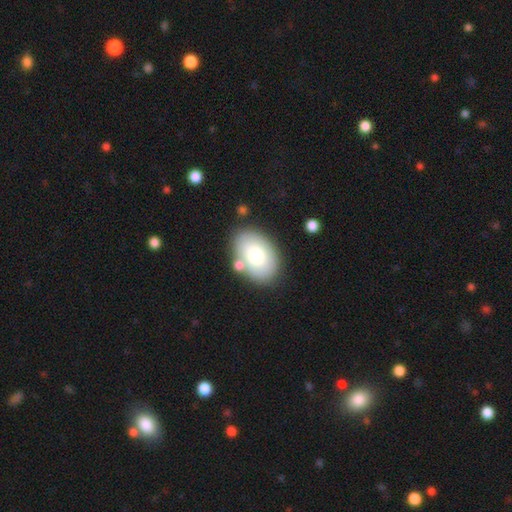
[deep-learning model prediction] A smooth galaxy with no disk features (73%) that is in between round and cigar-shaped (86%).

Vote fractions:
- Smooth or featured? smooth: 73% / featured or disk: 19% / star or artifact: 7%
- How rounded? in between: 86% / round: 13% / cigar-shaped: 1%
- Merging? none: 75% / minor disturbance: 13% / merger: 8% / major disturbance: 4%